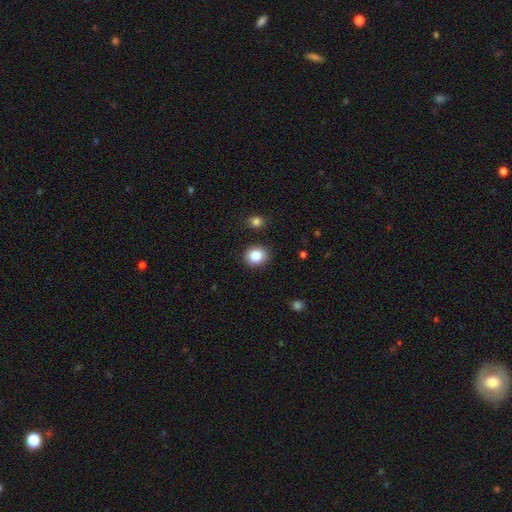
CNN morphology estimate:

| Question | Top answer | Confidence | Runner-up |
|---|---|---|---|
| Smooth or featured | smooth | 86% | star or artifact (9%) |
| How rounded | round | 68% | in between (31%) |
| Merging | none | 86% | minor disturbance (9%) |